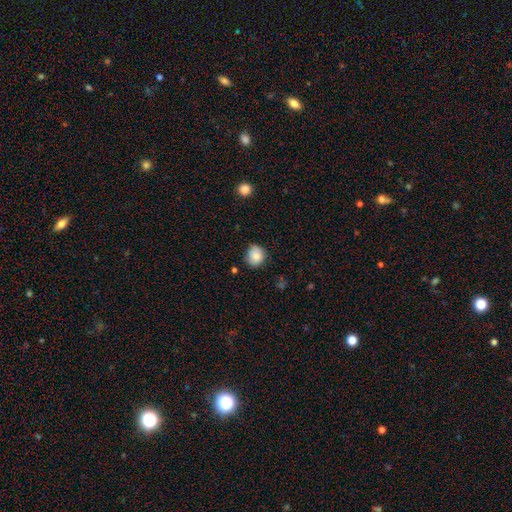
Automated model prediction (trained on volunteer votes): Smooth or featured? Predicted: smooth (p=0.84). How rounded? Predicted: round (p=0.81). Merging? Predicted: none (p=0.77).